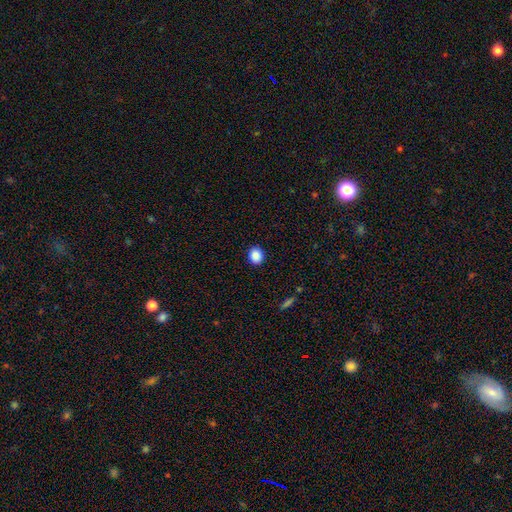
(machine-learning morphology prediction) Q: Smooth or featured?
A: smooth (88%); runner-up: star or artifact (9%)
Q: How rounded?
A: round (64%); runner-up: in between (35%)
Q: Merging?
A: none (90%); runner-up: minor disturbance (7%)